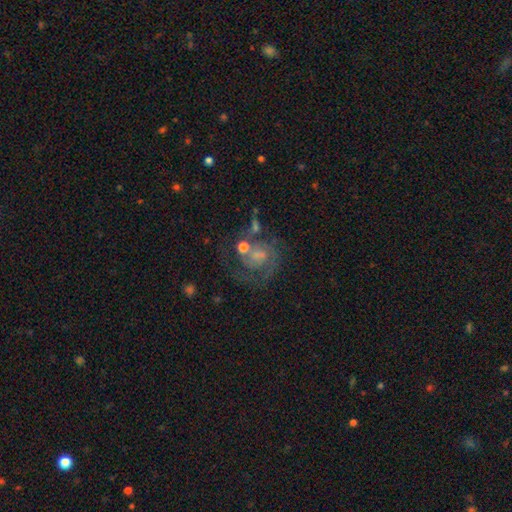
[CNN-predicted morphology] This is likely a featured or disk galaxy (75%). It is clearly not viewed edge-on (98%). Bar: possibly no (60%). Spiral arm pattern: clearly yes (89%). Spiral arm count: possibly 2 (53%). Spiral winding: marginally medium (44%). Central bulge: marginally small (40%). Merging: possibly none (51%).